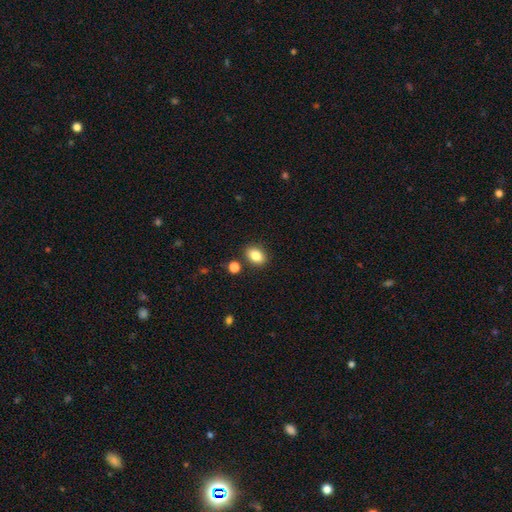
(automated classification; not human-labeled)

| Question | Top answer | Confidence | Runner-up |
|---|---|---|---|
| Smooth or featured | smooth | 84% | star or artifact (9%) |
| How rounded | in between | 74% | round (25%) |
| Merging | none | 83% | minor disturbance (9%) |